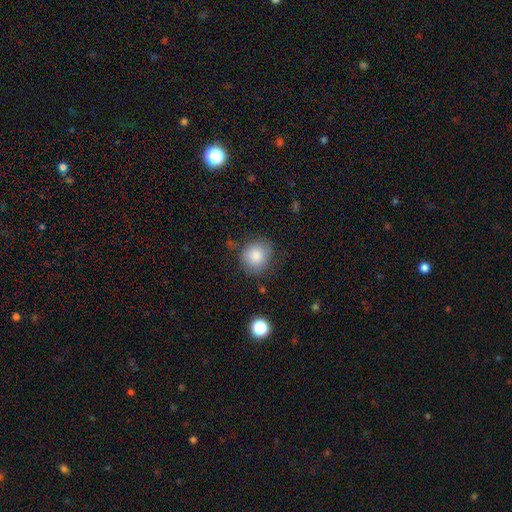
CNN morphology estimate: Smooth or featured? Predicted: smooth (p=0.85). How rounded? Predicted: round (p=0.82). Merging? Predicted: none (p=0.74).